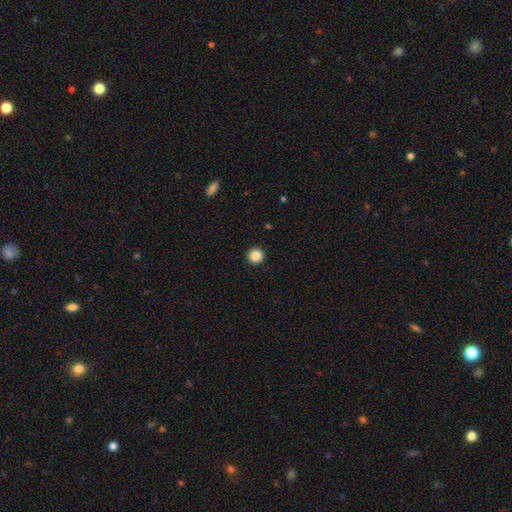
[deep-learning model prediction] Overall: smooth (88%). How rounded: round (95%). Merging: none (93%).